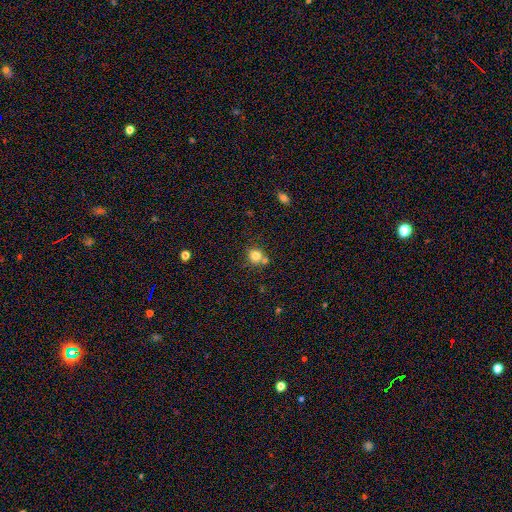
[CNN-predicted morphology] The model was most divided on "merging": none: 64%, merger: 23%, minor disturbance: 10%, major disturbance: 3%. More confident: how rounded — round (86%); smooth or featured — smooth (81%).